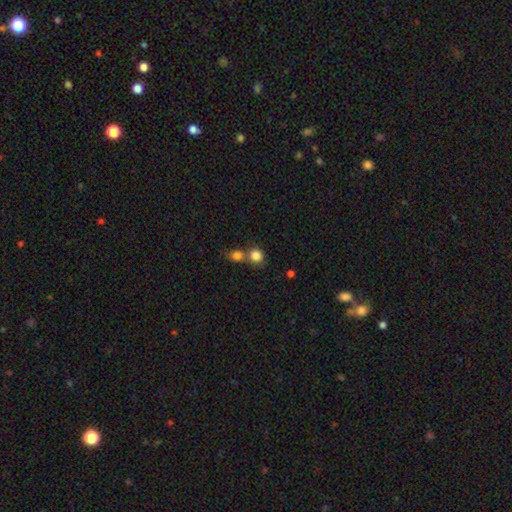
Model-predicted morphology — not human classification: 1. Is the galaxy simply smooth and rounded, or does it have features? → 84% smooth, 10% star or artifact, 6% featured or disk.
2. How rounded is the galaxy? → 82% round, 17% in between, 1% cigar-shaped.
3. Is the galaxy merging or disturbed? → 48% none, 42% merger, 7% minor disturbance, 3% major disturbance.